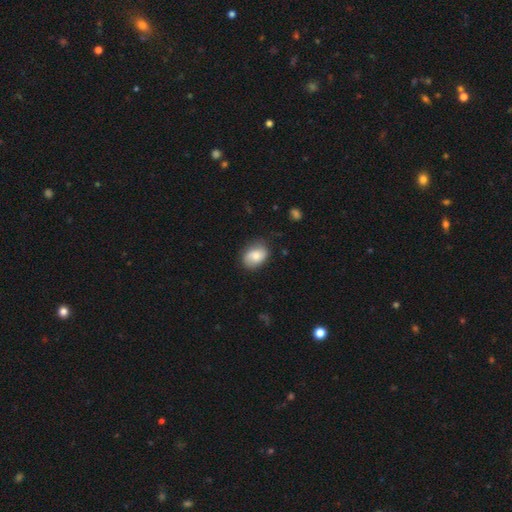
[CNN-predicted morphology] Q: Smooth or featured?
A: smooth (70%); runner-up: featured or disk (23%)
Q: How rounded?
A: in between (72%); runner-up: round (27%)
Q: Merging?
A: none (73%); runner-up: minor disturbance (21%)